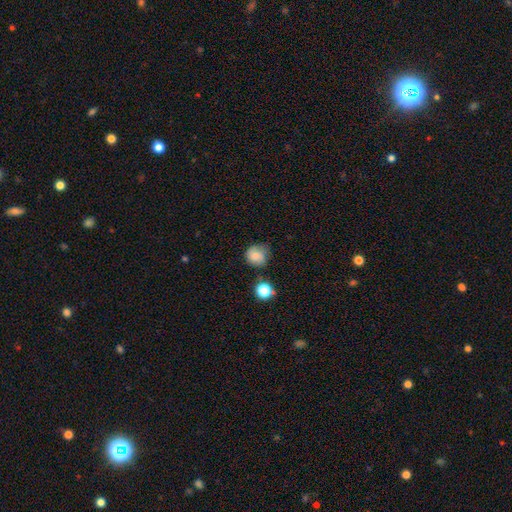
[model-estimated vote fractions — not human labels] smooth_or_featured: smooth (p=0.78) [alt: star or artifact p=0.11]
how_rounded: round (p=0.83) [alt: in between p=0.16]
merging: none (p=0.58) [alt: minor disturbance p=0.29]